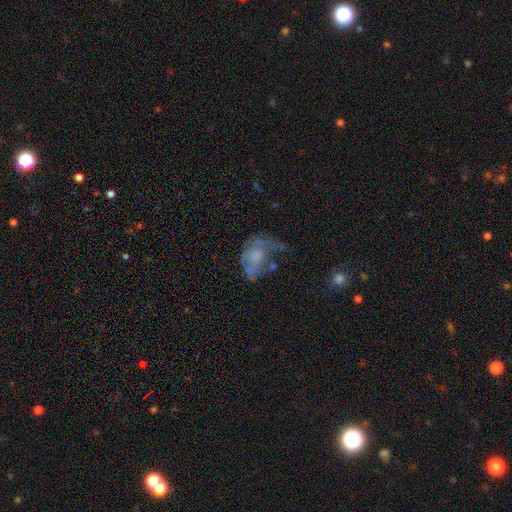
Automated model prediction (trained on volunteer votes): Smooth or featured: smooth — 46% (featured or disk — 43%)
Merging: major disturbance — 48% (none — 21%)